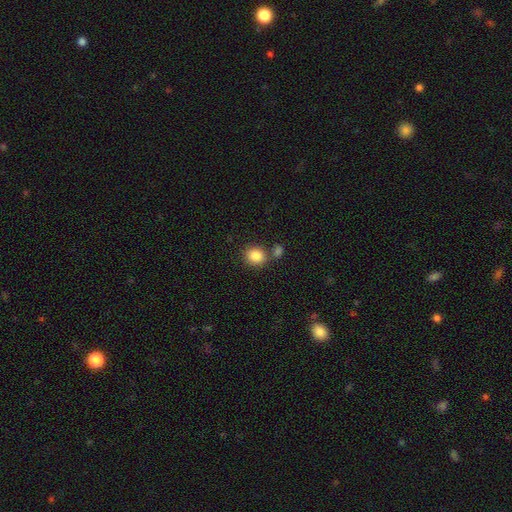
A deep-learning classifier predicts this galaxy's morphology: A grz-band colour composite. It shows a smooth galaxy with no disk features (85%) that is round (78%). Merging: none (69%).